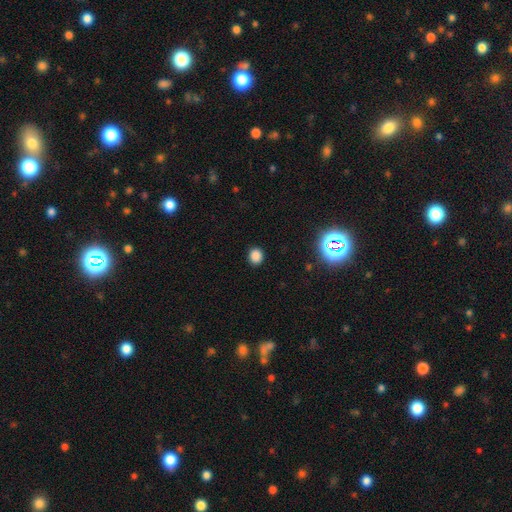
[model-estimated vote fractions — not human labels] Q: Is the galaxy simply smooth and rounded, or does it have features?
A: smooth — 83%.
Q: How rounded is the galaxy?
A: round — 71%.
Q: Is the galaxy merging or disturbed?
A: none — 89%.